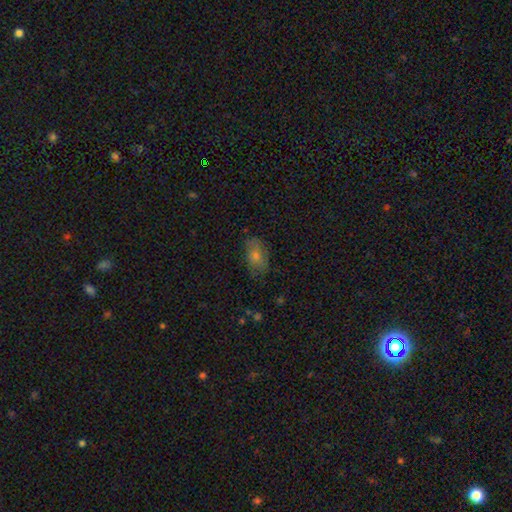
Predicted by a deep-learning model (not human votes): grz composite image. It shows a smooth galaxy with no disk features (60%) that is in between round and cigar-shaped (86%). Merging: none (75%).